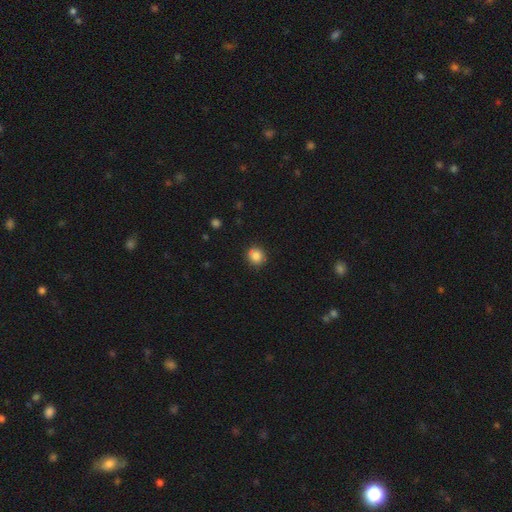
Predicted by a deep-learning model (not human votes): Q: Smooth or featured?
A: smooth (84%); runner-up: star or artifact (10%)
Q: How rounded?
A: round (89%); runner-up: in between (10%)
Q: Merging?
A: none (84%); runner-up: minor disturbance (11%)